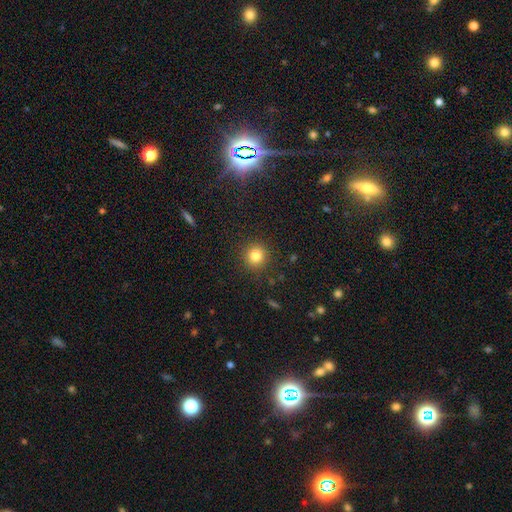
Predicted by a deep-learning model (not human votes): Smooth or featured? smooth (81%)
How rounded? round (92%)
Merging? none (90%)